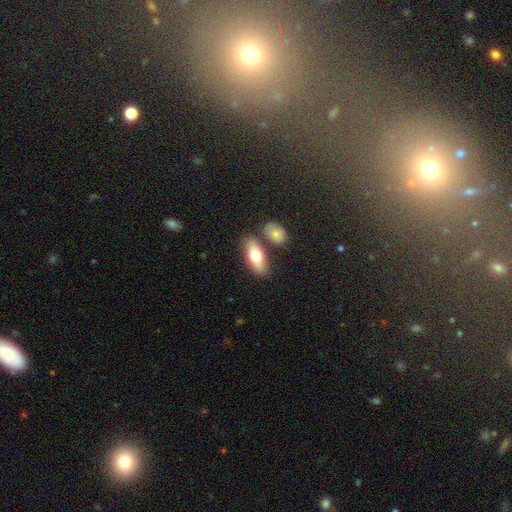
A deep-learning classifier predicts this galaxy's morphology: This appears to be a smooth galaxy with no disk features (71%) that is in between round and cigar-shaped (79%). Merging: none (71%).